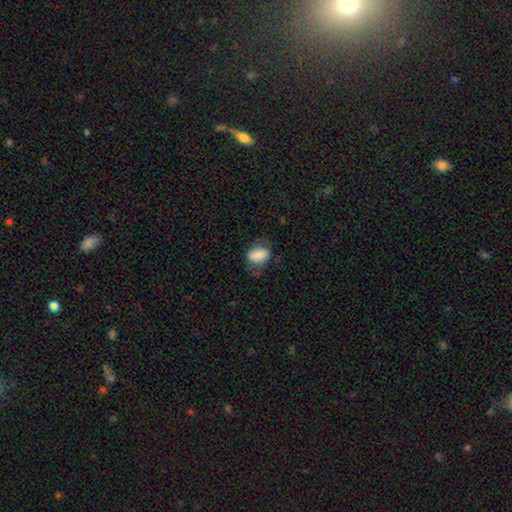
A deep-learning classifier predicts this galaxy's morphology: smooth 79%, featured or disk 11%, star or artifact 9%. Down the decision tree: how rounded — in between (82%); merging — none (63%).